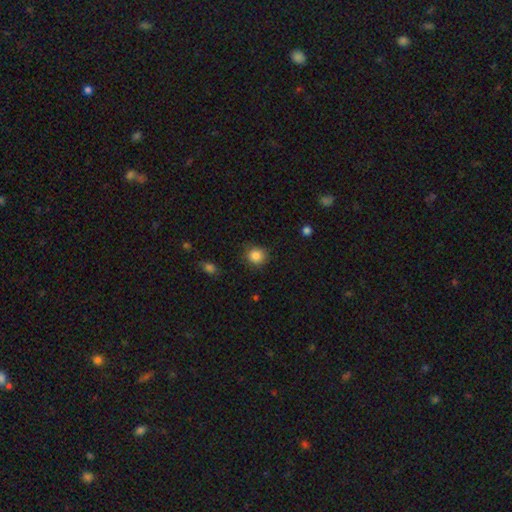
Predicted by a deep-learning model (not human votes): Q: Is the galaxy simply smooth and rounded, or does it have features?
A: smooth — 86%.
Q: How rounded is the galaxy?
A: round — 89%.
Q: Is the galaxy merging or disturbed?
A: none — 85%.